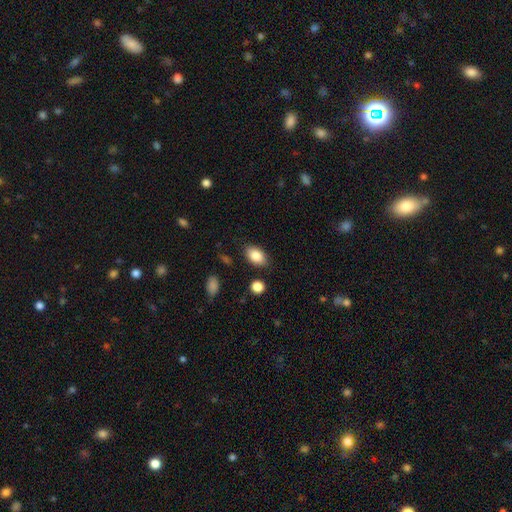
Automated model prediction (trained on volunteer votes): A smooth galaxy with no disk features (86%) that is in between round and cigar-shaped (90%).

Vote fractions:
- Smooth or featured? smooth: 86% / star or artifact: 7% / featured or disk: 6%
- How rounded? in between: 90% / round: 8% / cigar-shaped: 2%
- Merging? none: 82% / minor disturbance: 12% / major disturbance: 3% / merger: 3%